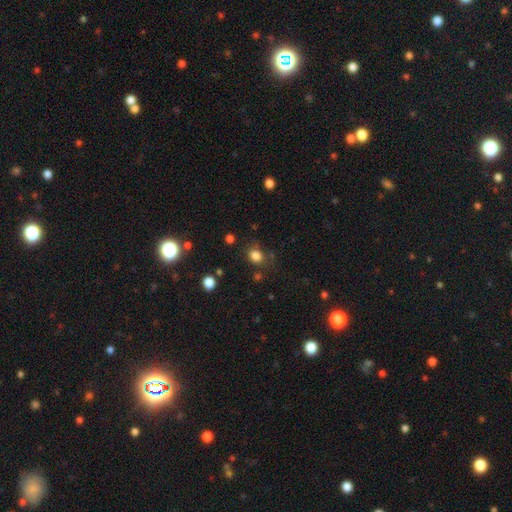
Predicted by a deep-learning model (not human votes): Q: Smooth or featured?
A: smooth (81%); runner-up: star or artifact (14%)
Q: How rounded?
A: round (59%); runner-up: in between (39%)
Q: Merging?
A: none (72%); runner-up: minor disturbance (17%)